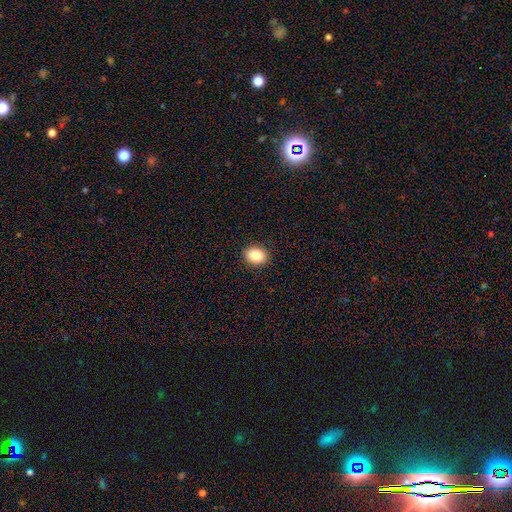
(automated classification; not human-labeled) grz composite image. It shows a smooth galaxy with no disk features (87%) that is in between round and cigar-shaped (61%). Merging: none (90%).